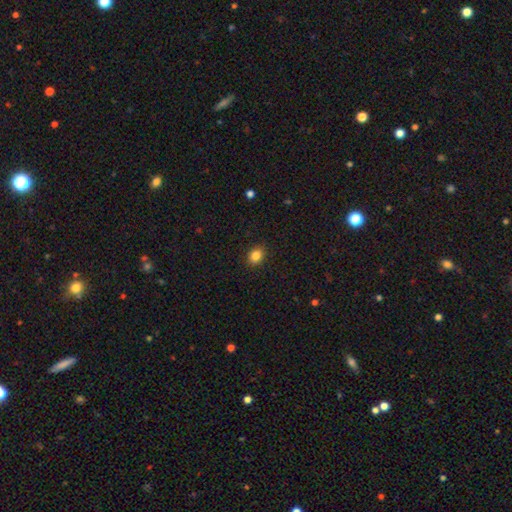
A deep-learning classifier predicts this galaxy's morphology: Smooth or featured? Predicted: smooth (p=0.85). How rounded? Predicted: round (p=0.50). Merging? Predicted: none (p=0.90).